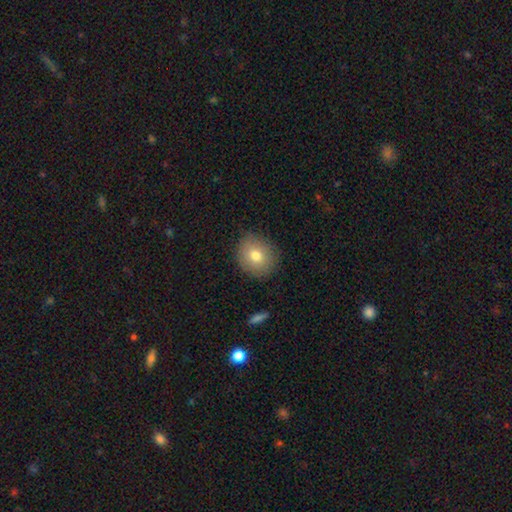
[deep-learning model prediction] Smooth or featured: smooth — 77% (featured or disk — 14%)
How rounded: round — 75% (in between — 25%)
Merging: none — 85% (minor disturbance — 11%)